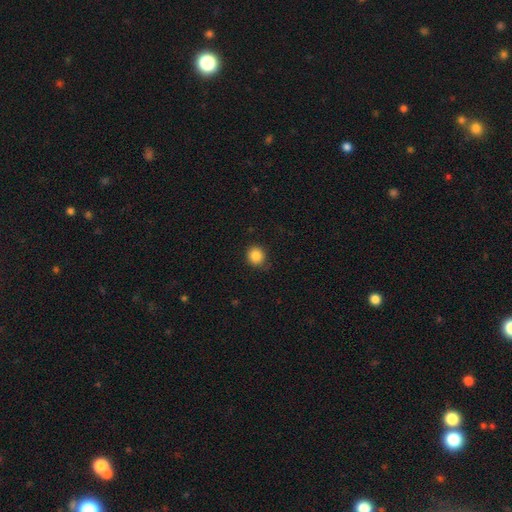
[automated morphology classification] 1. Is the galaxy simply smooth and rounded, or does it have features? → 85% smooth, 10% star or artifact, 4% featured or disk.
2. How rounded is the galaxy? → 88% round, 11% in between, 1% cigar-shaped.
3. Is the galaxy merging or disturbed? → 82% none, 14% minor disturbance, 3% major disturbance, 1% merger.